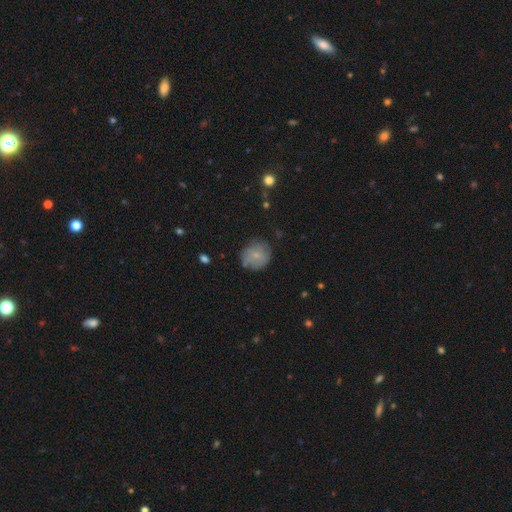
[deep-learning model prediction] A smooth galaxy with no disk features (69%) that is round (85%).

Vote fractions:
- Smooth or featured? smooth: 69% / featured or disk: 23% / star or artifact: 9%
- How rounded? round: 85% / in between: 14% / cigar-shaped: 1%
- Merging? none: 69% / minor disturbance: 22% / major disturbance: 6% / merger: 2%